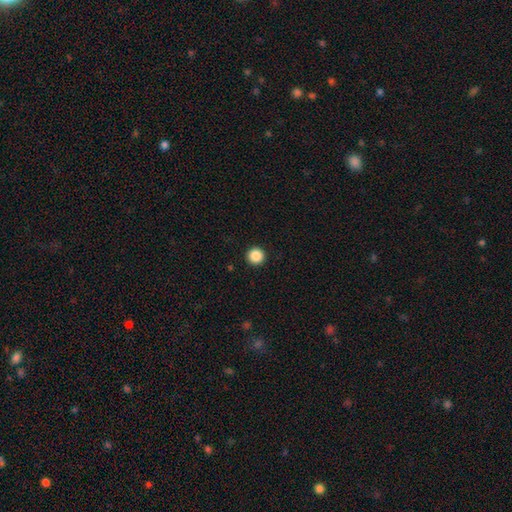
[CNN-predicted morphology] This appears to be a smooth galaxy with no disk features (87%) that is round (97%). Merging: none (94%).